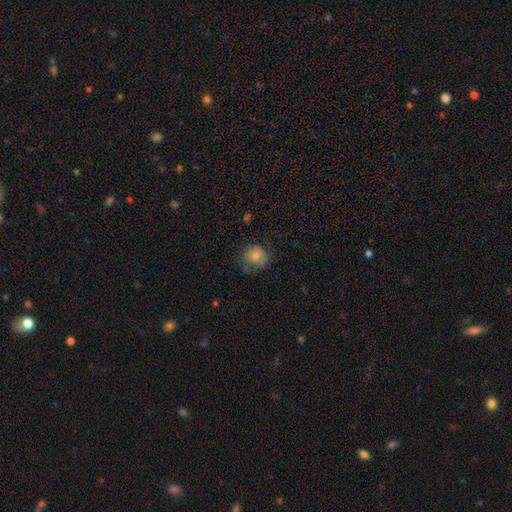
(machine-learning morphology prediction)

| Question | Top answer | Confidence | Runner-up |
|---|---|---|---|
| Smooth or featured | smooth | 77% | featured or disk (14%) |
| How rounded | round | 78% | in between (21%) |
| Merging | none | 63% | minor disturbance (24%) |